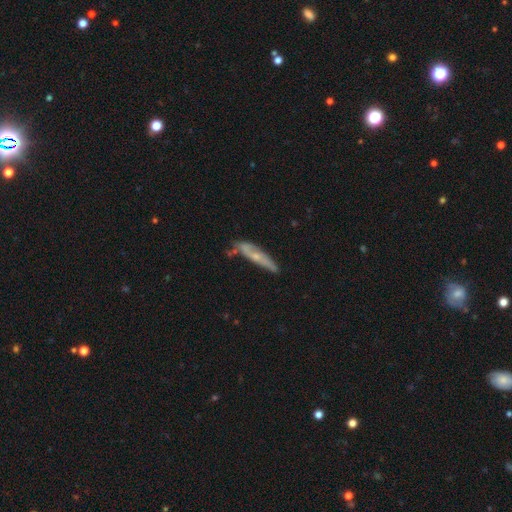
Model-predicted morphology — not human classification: Q: Smooth or featured?
A: featured or disk (55%); runner-up: smooth (38%)
Q: Edge-on disk?
A: yes (59%); runner-up: no (41%)
Q: Merging?
A: none (55%); runner-up: minor disturbance (30%)